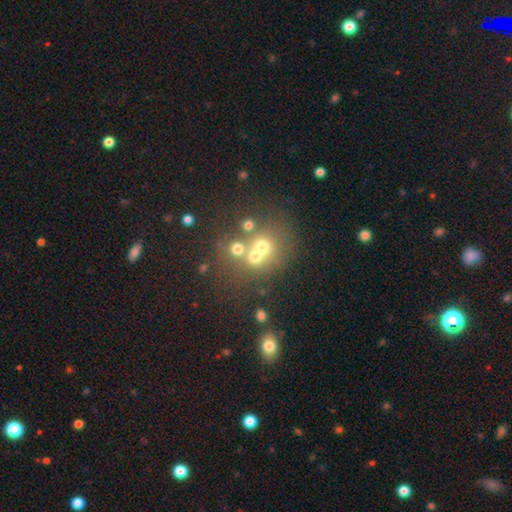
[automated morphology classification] A smooth galaxy with no disk features (57%) that is round (79%).

Vote fractions:
- Smooth or featured? smooth: 57% / featured or disk: 22% / star or artifact: 20%
- How rounded? round: 79% / in between: 20% / cigar-shaped: 1%
- Merging? merger: 48% / none: 40% / minor disturbance: 7% / major disturbance: 5%